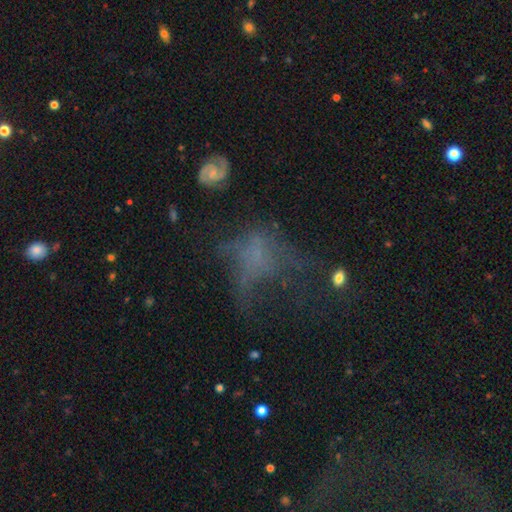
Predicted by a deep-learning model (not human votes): featured or disk 36%, smooth 35%, star or artifact 29%. Down the decision tree: merging — major disturbance (47%).